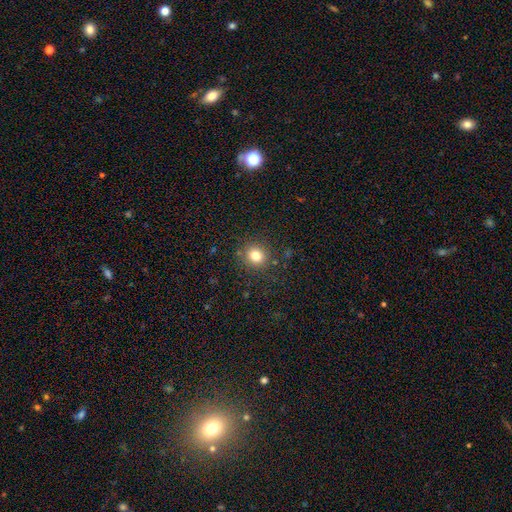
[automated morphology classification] This is clearly a smooth galaxy (80%). How rounded: clearly round (87%). Merging: clearly none (87%).